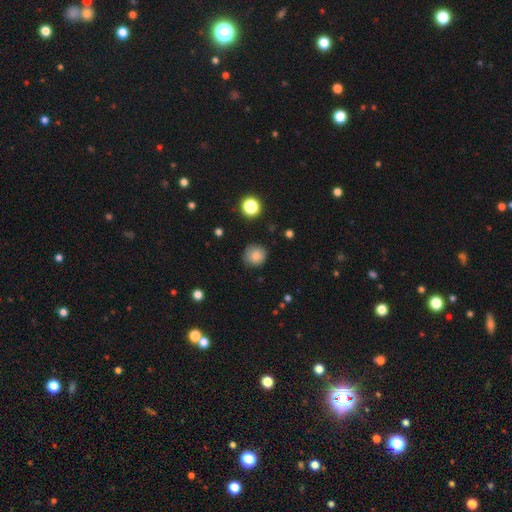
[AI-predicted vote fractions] Q: Smooth or featured?
A: smooth (84%); runner-up: star or artifact (10%)
Q: How rounded?
A: round (92%); runner-up: in between (7%)
Q: Merging?
A: none (82%); runner-up: minor disturbance (13%)